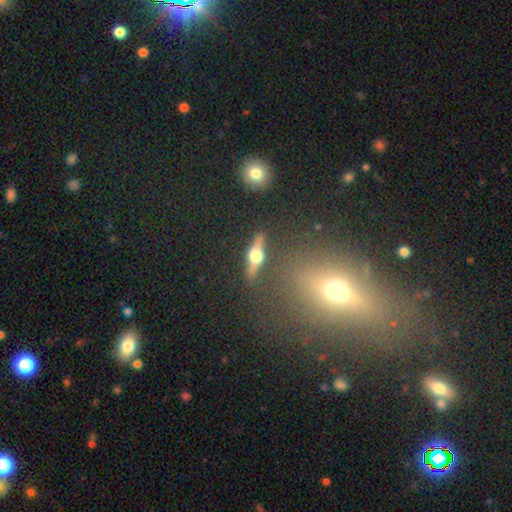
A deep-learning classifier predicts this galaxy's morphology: Smooth or featured: featured or disk — 72% (smooth — 20%)
Edge-on disk: yes — 91% (no — 9%)
Edge-on bulge: rounded — 96% (boxy — 2%)
Merging: none — 85% (minor disturbance — 9%)